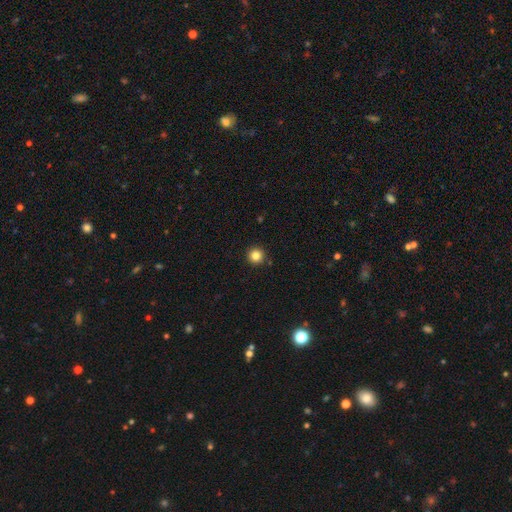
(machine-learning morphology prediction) smooth-or-featured: smooth: 84% | star or artifact: 11% | featured or disk: 5%
  how-rounded: round: 96% | in between: 3% | cigar-shaped: 1%
  merging: none: 92% | minor disturbance: 5% | merger: 2% | major disturbance: 1%